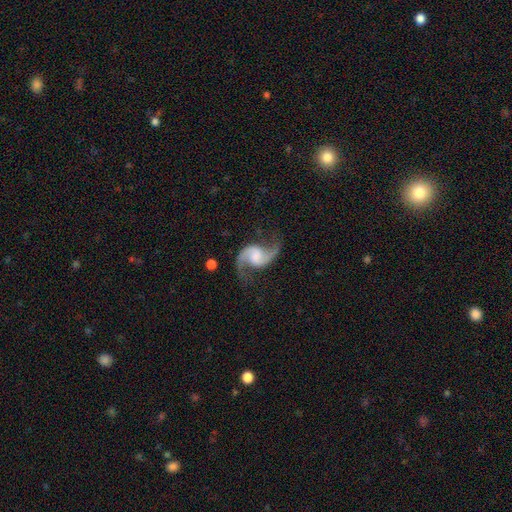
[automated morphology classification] type=featured or disk (92%); edge-on=no (98%); bar=no (48%); spiral arms=yes (98%); winding=loose (64%); arm count=2 (94%); bulge=none (34%); merging=none (77%).